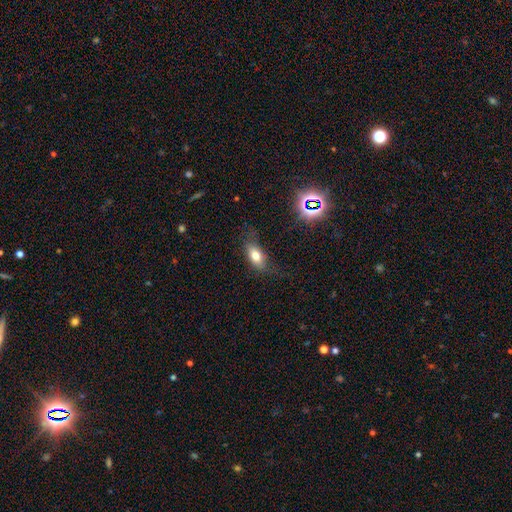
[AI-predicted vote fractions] Q: Smooth or featured?
A: smooth (73%); runner-up: featured or disk (16%)
Q: How rounded?
A: in between (85%); runner-up: cigar-shaped (9%)
Q: Merging?
A: none (67%); runner-up: minor disturbance (22%)